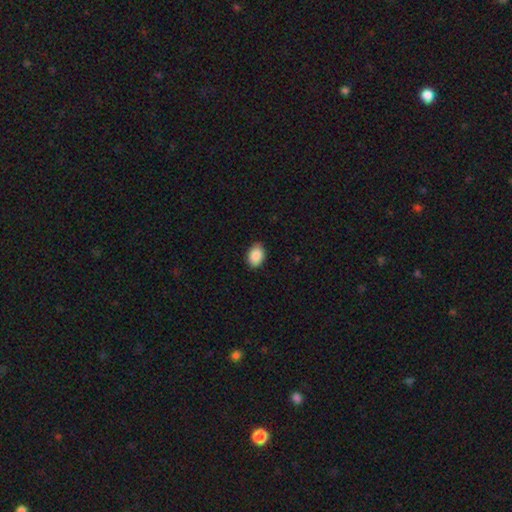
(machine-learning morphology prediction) Smooth or featured: smooth — 89% (star or artifact — 7%)
How rounded: in between — 81% (round — 17%)
Merging: none — 87% (minor disturbance — 11%)